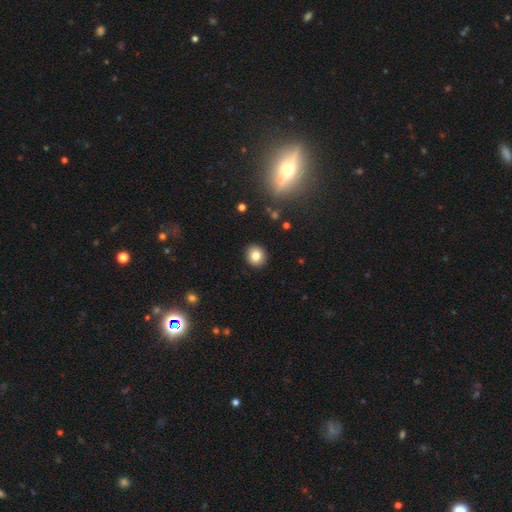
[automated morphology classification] A smooth galaxy with no disk features (82%) that is round (81%). Merging: none (91%).